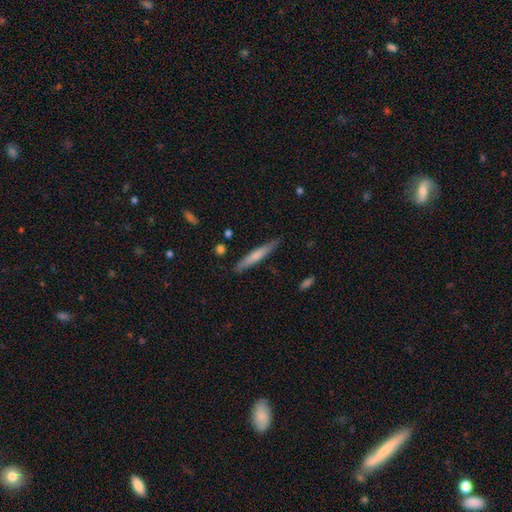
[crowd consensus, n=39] A smooth galaxy with no disk features (56%) that is cigar-shaped (95%).

Vote fractions:
- Smooth or featured? smooth: 56% / featured or disk: 33% / star or artifact: 10%
- How rounded? cigar-shaped: 95% / round: 5% / in between: 0%
- Merging? none: 83% / minor disturbance: 9% / merger: 6% / major disturbance: 3%